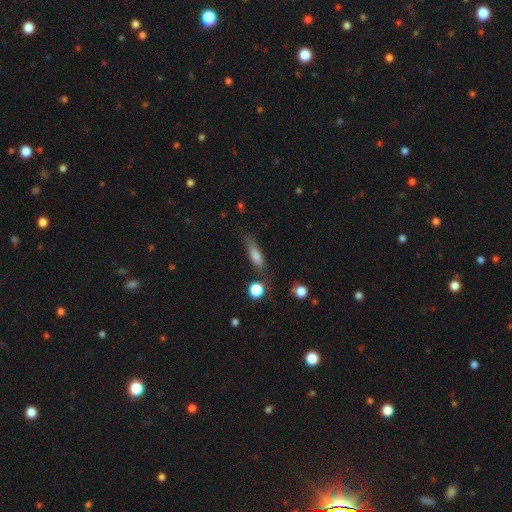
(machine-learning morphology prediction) type=smooth (65%); roundness=cigar-shaped (64%); merging=none (65%).